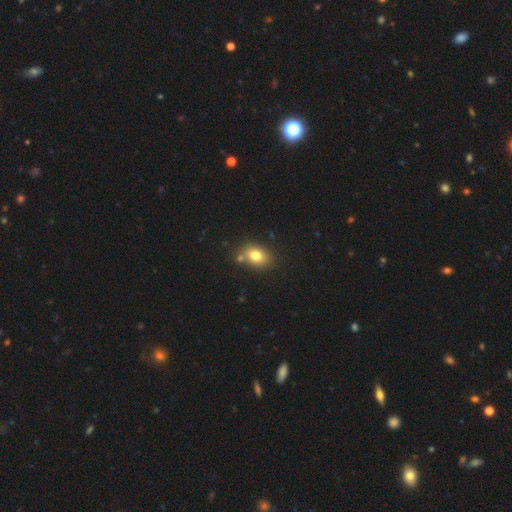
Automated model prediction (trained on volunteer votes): smooth_or_featured: smooth (p=0.79) [alt: star or artifact p=0.11]
how_rounded: in between (p=0.68) [alt: round p=0.30]
merging: none (p=0.71) [alt: minor disturbance p=0.13]